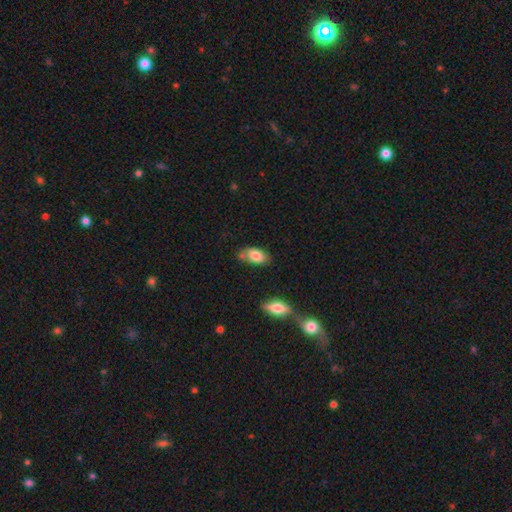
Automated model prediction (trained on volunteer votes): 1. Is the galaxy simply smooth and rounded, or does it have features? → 80% smooth, 13% featured or disk, 7% star or artifact.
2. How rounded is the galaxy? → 92% in between, 5% round, 3% cigar-shaped.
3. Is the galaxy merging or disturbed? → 64% none, 21% minor disturbance, 11% merger, 4% major disturbance.